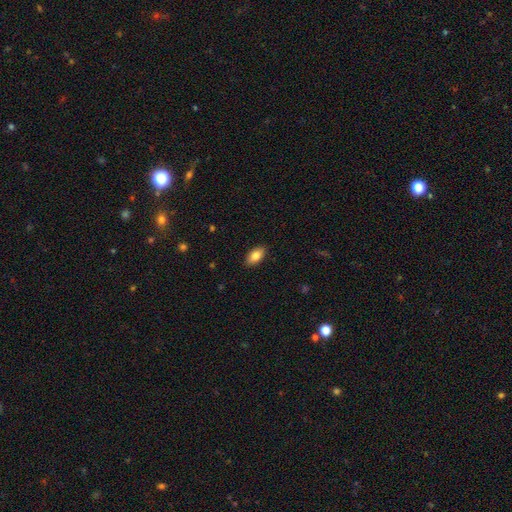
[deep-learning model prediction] smooth-or-featured: smooth: 84% | featured or disk: 9% | star or artifact: 7%
  how-rounded: in between: 92% | round: 5% | cigar-shaped: 3%
  merging: none: 88% | minor disturbance: 9% | major disturbance: 2% | merger: 1%